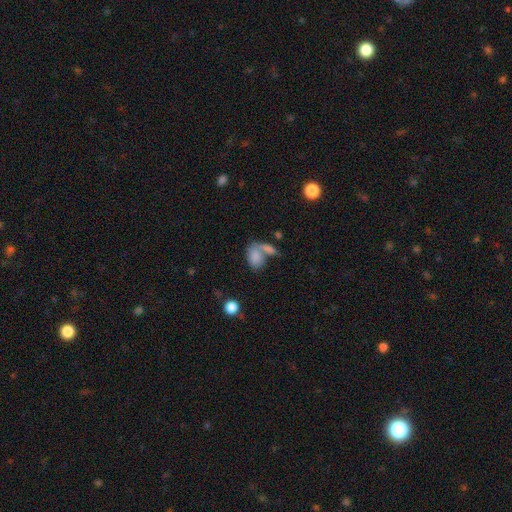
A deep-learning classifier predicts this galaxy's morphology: smooth 78%, featured or disk 13%, star or artifact 9%. Down the decision tree: how rounded — in between (85%); merging — merger (49%).